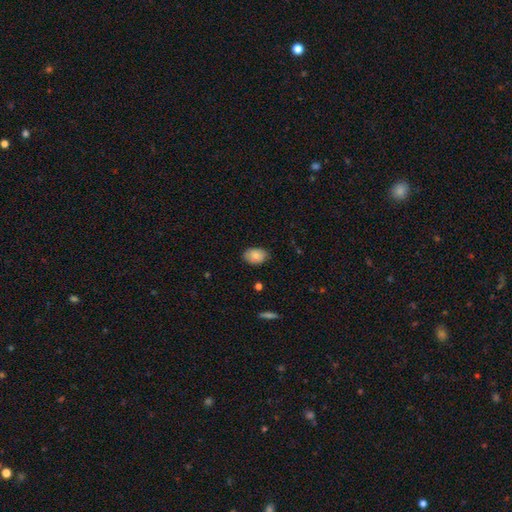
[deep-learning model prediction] The model was most divided on "merging": none: 80%, minor disturbance: 16%, major disturbance: 3%, merger: 1%. More confident: how rounded — in between (84%); smooth or featured — smooth (80%).